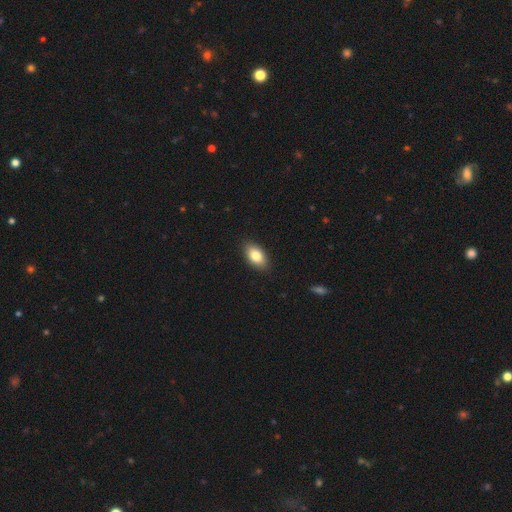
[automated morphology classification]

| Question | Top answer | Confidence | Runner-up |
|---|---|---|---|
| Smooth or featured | smooth | 82% | featured or disk (11%) |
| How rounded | in between | 92% | round (5%) |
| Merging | none | 89% | minor disturbance (9%) |